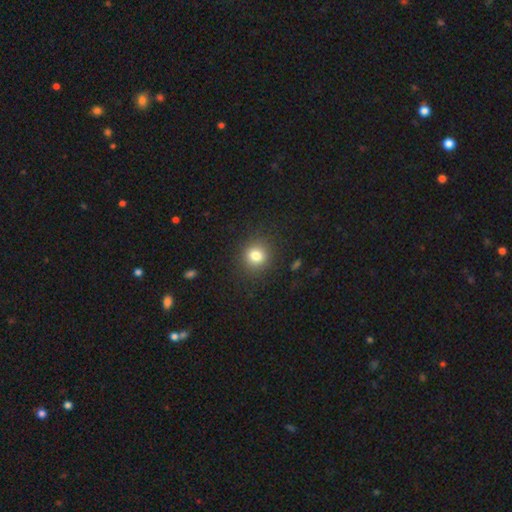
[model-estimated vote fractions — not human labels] A smooth galaxy with no disk features (81%) that is round (83%).

Vote fractions:
- Smooth or featured? smooth: 81% / star or artifact: 12% / featured or disk: 6%
- How rounded? round: 83% / in between: 16% / cigar-shaped: 1%
- Merging? none: 88% / minor disturbance: 8% / major disturbance: 3% / merger: 1%